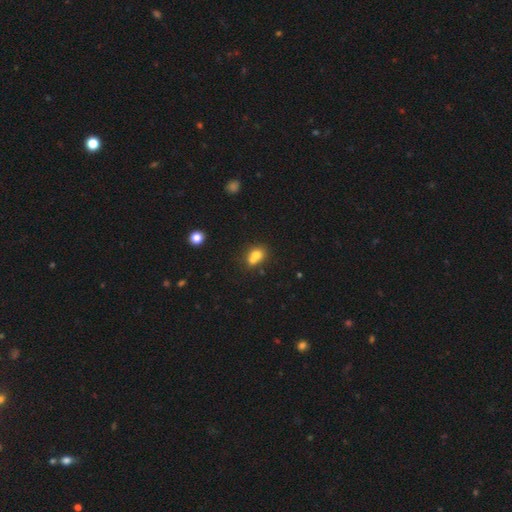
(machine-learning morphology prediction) Smooth or featured? smooth (71%)
How rounded? round (66%)
Merging? merger (57%)